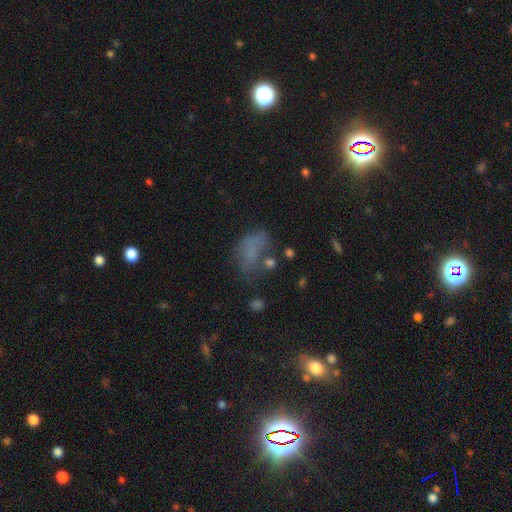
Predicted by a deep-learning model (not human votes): smooth 47%, star or artifact 33%, featured or disk 20%. Down the decision tree: merging — none (40%).